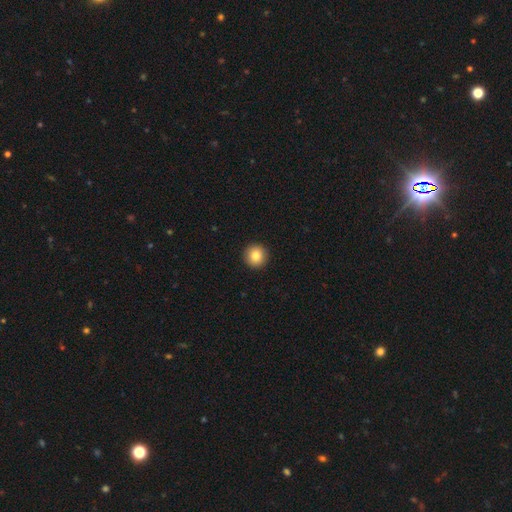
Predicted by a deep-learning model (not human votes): Overall: smooth (83%). How rounded: round (96%). Merging: none (94%).